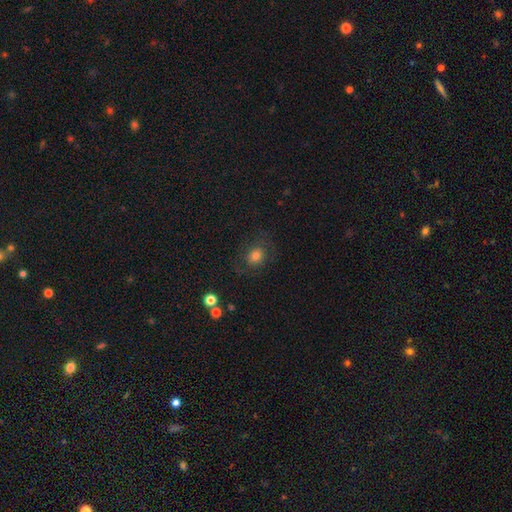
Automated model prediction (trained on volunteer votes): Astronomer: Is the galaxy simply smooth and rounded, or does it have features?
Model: smooth — 70%.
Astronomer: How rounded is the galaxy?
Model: round — 58% (runner-up: in between, 41%).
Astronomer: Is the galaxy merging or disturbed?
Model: none — 71%.